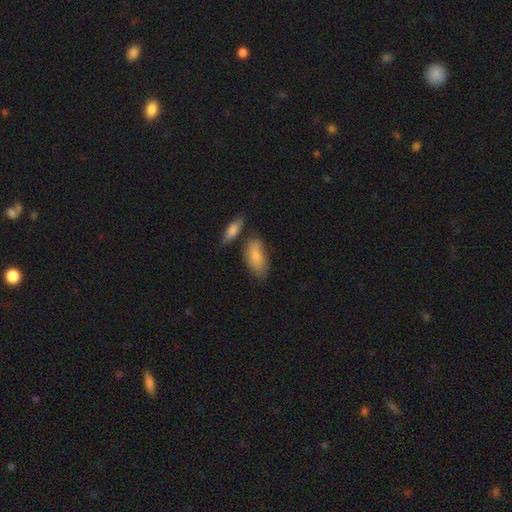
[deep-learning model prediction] Smooth or featured? Predicted: smooth (p=0.80). How rounded? Predicted: in between (p=0.89). Merging? Predicted: none (p=0.57).